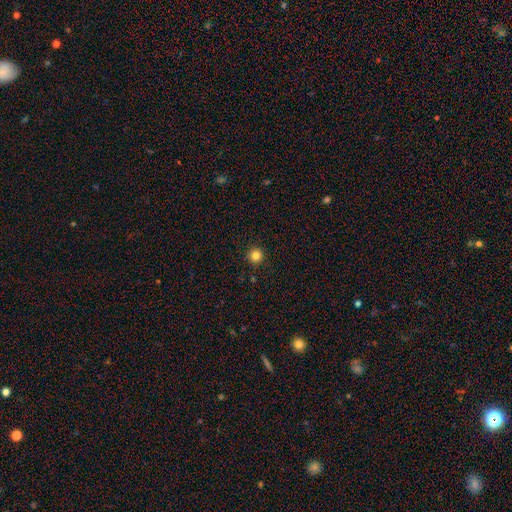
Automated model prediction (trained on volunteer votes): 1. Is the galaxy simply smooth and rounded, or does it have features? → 82% smooth, 13% star or artifact, 5% featured or disk.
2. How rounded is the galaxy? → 96% round, 3% in between, 1% cigar-shaped.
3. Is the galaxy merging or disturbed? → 92% none, 5% minor disturbance, 2% major disturbance, 1% merger.